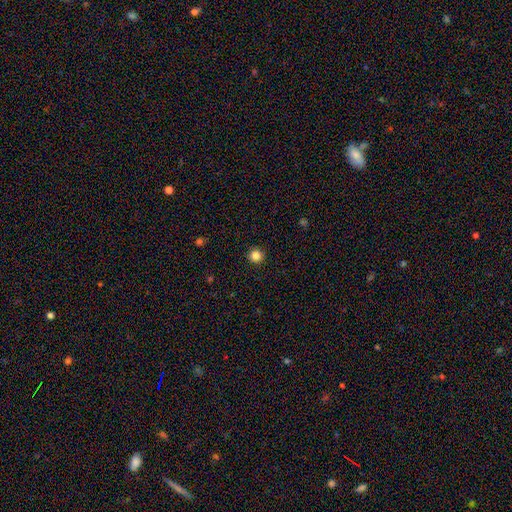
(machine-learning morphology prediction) smooth_or_featured: smooth (p=0.85) [alt: star or artifact p=0.12]
how_rounded: round (p=0.95) [alt: in between p=0.04]
merging: none (p=0.93) [alt: minor disturbance p=0.05]